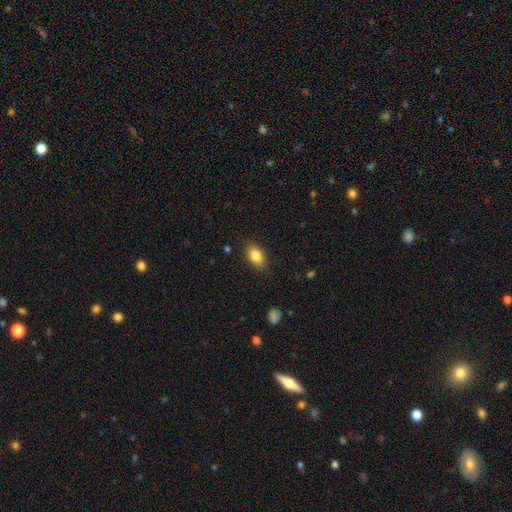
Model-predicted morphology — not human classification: Smooth or featured?
  - smooth: 84% *
  - featured or disk: 8%
  - star or artifact: 8%
How rounded?
  - in between: 89% *
  - round: 8%
  - cigar-shaped: 3%
Merging?
  - none: 85% *
  - minor disturbance: 11%
  - major disturbance: 3%
  - merger: 1%